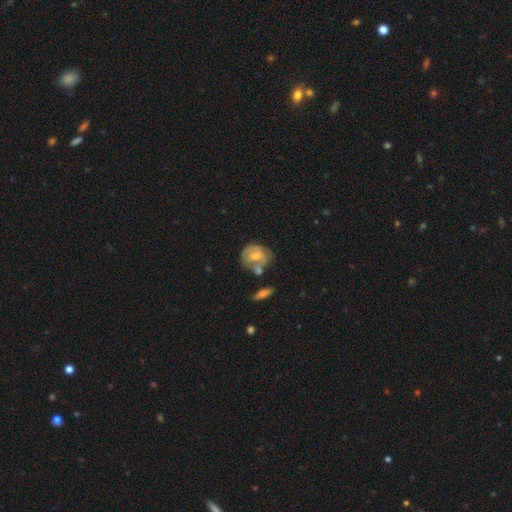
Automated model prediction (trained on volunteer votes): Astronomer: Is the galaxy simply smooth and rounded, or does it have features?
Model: featured or disk — 52% (runner-up: smooth, 41%).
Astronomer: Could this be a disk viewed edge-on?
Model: no — 95%.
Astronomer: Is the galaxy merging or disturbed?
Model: none — 39% (runner-up: merger, 25%).